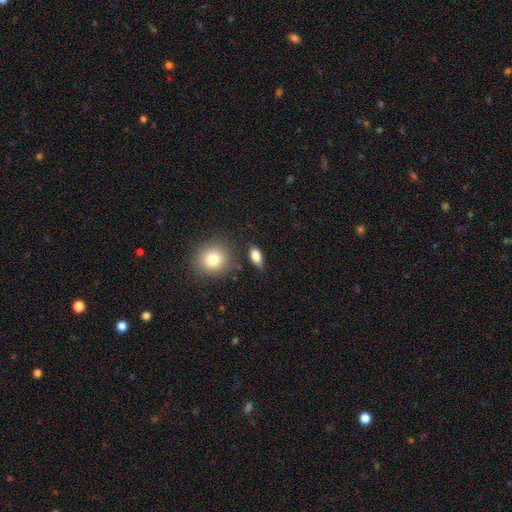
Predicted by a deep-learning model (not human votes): smooth_or_featured: smooth (p=0.84) [alt: star or artifact p=0.08]
how_rounded: in between (p=0.83) [alt: round p=0.09]
merging: none (p=0.76) [alt: minor disturbance p=0.15]